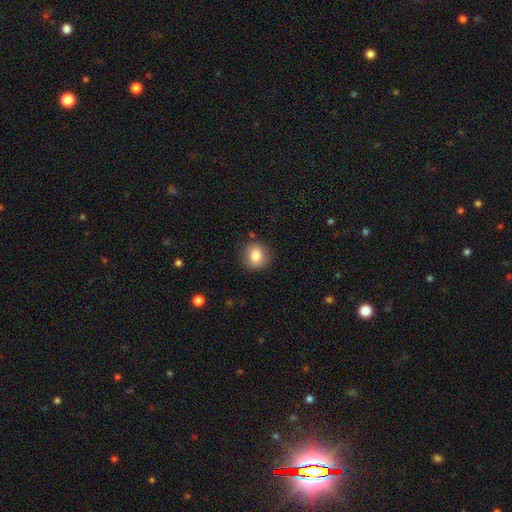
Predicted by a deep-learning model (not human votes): This is clearly a smooth galaxy (82%). How rounded: clearly round (87%). Merging: clearly none (85%).